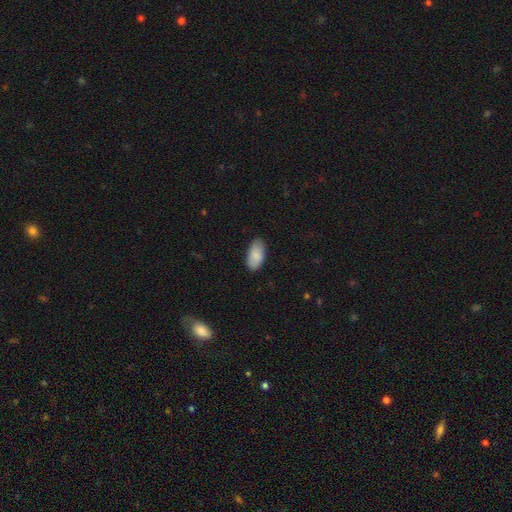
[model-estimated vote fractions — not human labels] smooth_or_featured: smooth (p=0.86) [alt: featured or disk p=0.08]
how_rounded: in between (p=0.94) [alt: cigar-shaped p=0.04]
merging: none (p=0.81) [alt: minor disturbance p=0.15]